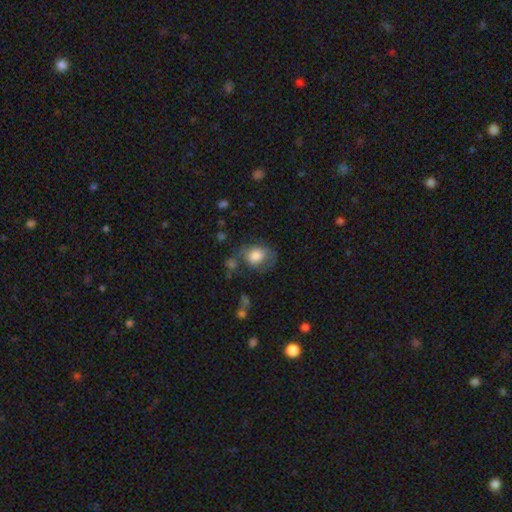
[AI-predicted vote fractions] Morphology: type=smooth (75%); roundness=in between (52%); merging=none (44%).